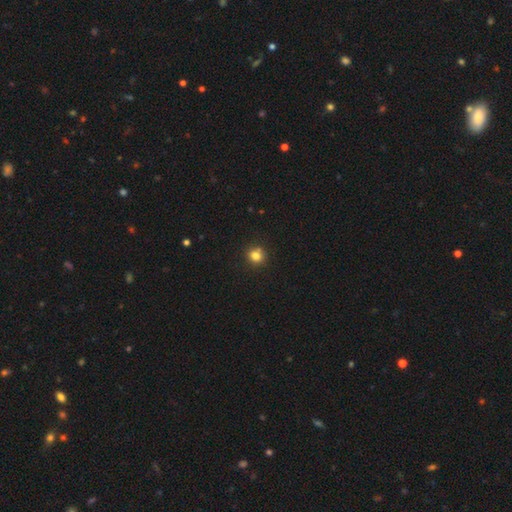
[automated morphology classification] Overall: smooth (81%). How rounded: round (82%). Merging: none (79%).